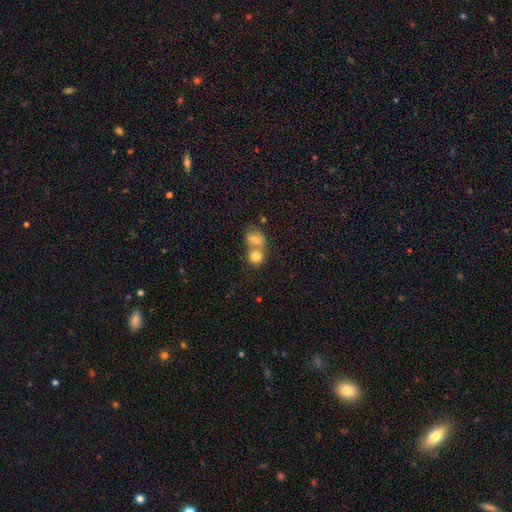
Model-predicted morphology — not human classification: This appears to be a smooth galaxy with no disk features (79%) that is round (71%). Merging: merger (61%).